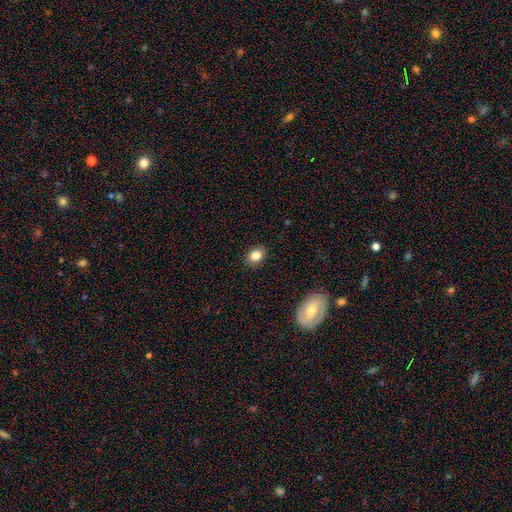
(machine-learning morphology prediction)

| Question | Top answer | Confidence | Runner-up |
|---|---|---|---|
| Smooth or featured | smooth | 84% | star or artifact (10%) |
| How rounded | in between | 59% | round (39%) |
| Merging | none | 88% | minor disturbance (9%) |